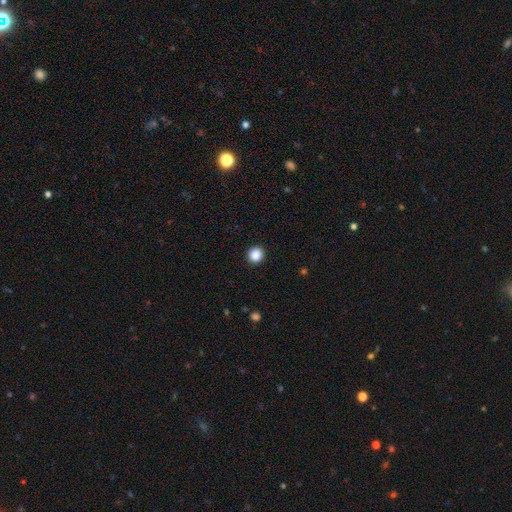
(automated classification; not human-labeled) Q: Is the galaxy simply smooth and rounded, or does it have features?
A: smooth — 87%.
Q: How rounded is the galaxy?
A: round — 92%.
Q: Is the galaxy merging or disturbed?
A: none — 92%.